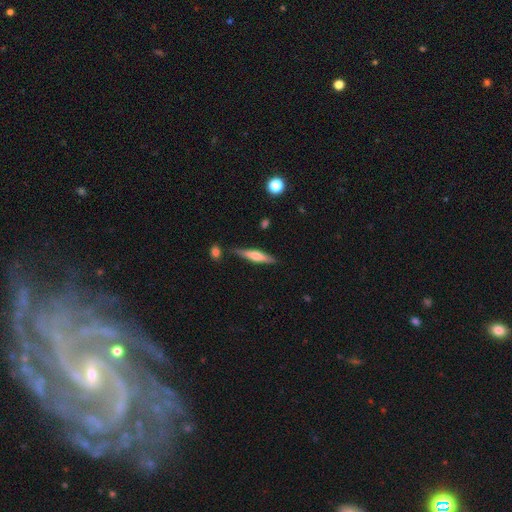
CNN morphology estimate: smooth_or_featured: smooth (p=0.48) [alt: featured or disk p=0.46]
merging: none (p=0.84) [alt: minor disturbance p=0.11]